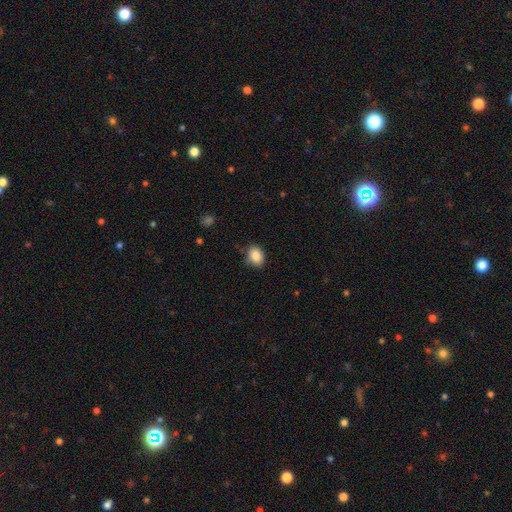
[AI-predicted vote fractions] The model was most divided on "how rounded": in between: 66%, round: 33%, cigar-shaped: 1%. More confident: smooth or featured — smooth (87%); merging — none (78%).